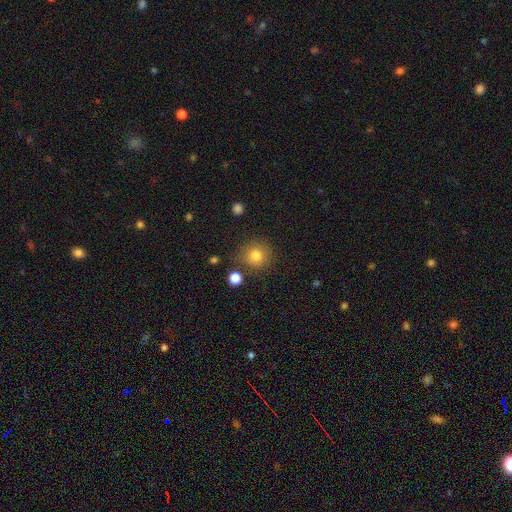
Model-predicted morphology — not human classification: A smooth galaxy with no disk features (80%) that is round (93%). Merging: none (83%).